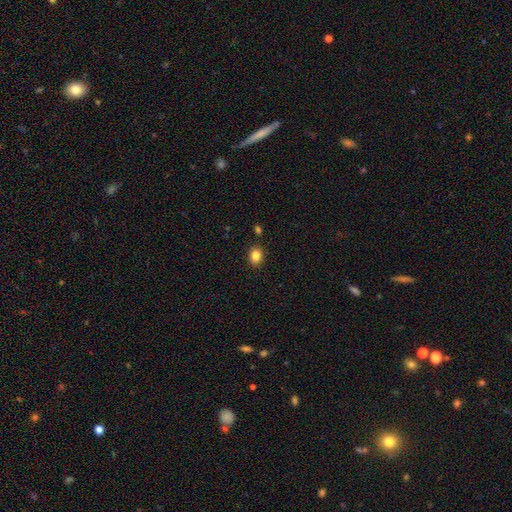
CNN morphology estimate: smooth-or-featured: smooth: 84% | star or artifact: 10% | featured or disk: 6%
  how-rounded: in between: 52% | round: 47% | cigar-shaped: 1%
  merging: none: 87% | minor disturbance: 8% | merger: 3% | major disturbance: 2%